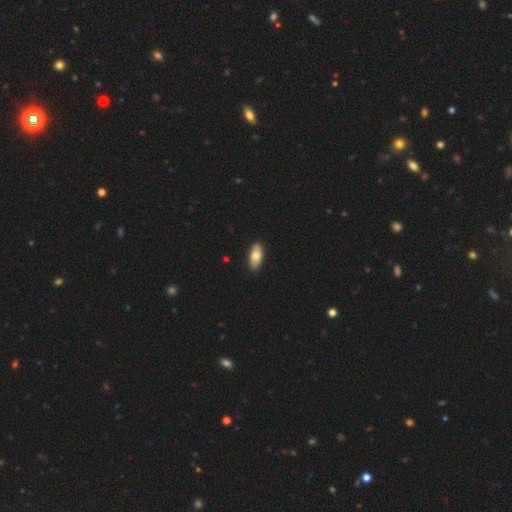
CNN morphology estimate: A smooth galaxy with no disk features (77%) that is in between round and cigar-shaped (89%).

Vote fractions:
- Smooth or featured? smooth: 77% / featured or disk: 17% / star or artifact: 6%
- How rounded? in between: 89% / cigar-shaped: 9% / round: 3%
- Merging? none: 89% / minor disturbance: 9% / major disturbance: 2% / merger: 1%